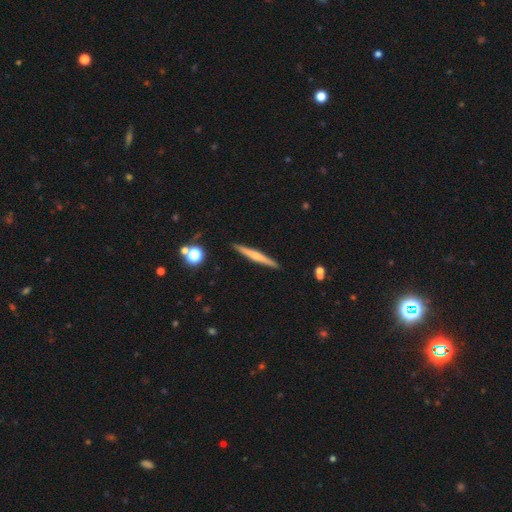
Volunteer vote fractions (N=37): Smooth or featured: featured or disk — 57% (smooth — 35%)
Edge-on disk: yes — 100%
Edge-on bulge: rounded — 76% (none — 19%)
Merging: none — 94% (minor disturbance — 6%)